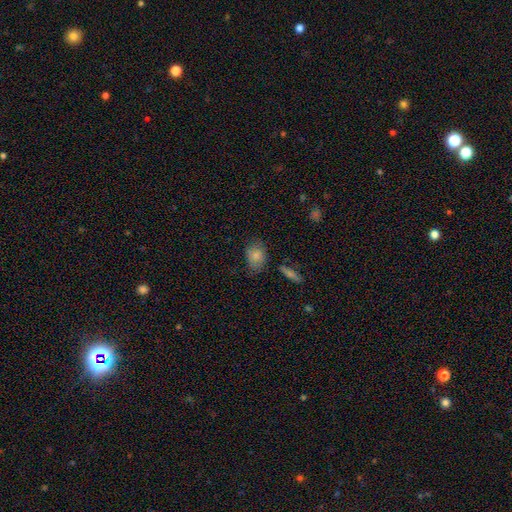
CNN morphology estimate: Smooth or featured: smooth — 83% (featured or disk — 9%)
How rounded: in between — 70% (round — 29%)
Merging: none — 69% (minor disturbance — 22%)